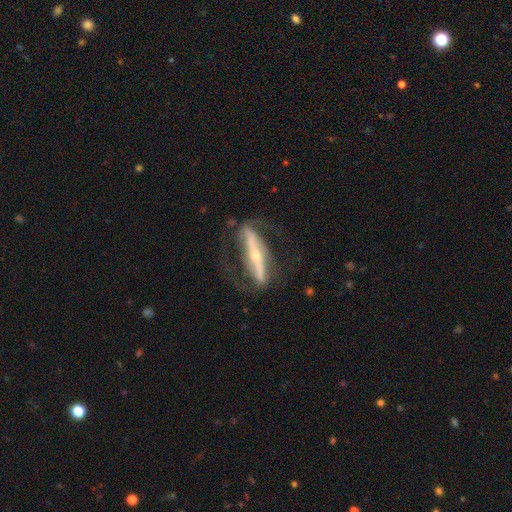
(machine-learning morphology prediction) This is clearly a featured or disk galaxy (84%). It is possibly viewed edge-on (50%, tied with no). Merging: likely none (67%).